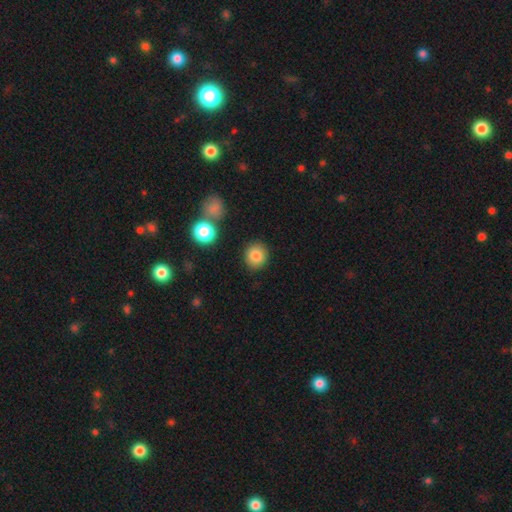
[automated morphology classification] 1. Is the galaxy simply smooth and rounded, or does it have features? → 84% smooth, 9% star or artifact, 6% featured or disk.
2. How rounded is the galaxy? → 86% round, 13% in between, 1% cigar-shaped.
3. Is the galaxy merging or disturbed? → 87% none, 7% minor disturbance, 3% merger, 2% major disturbance.